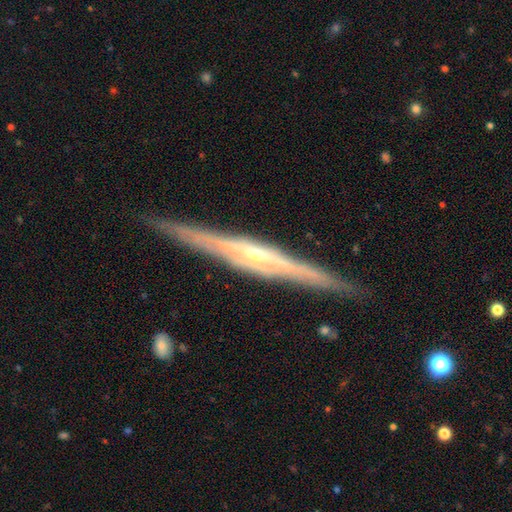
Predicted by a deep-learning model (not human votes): Smooth or featured? featured or disk (87%)
Edge-on disk? yes (98%)
Edge-on bulge? rounded (66%)
Merging? none (90%)